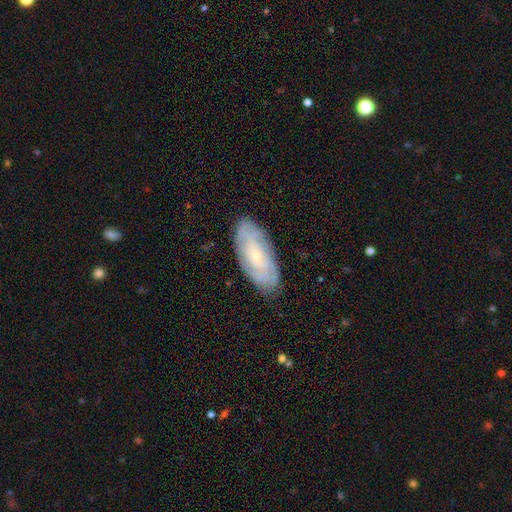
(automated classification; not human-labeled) A featured or disk galaxy (64%) with no bar (72%), spiral arms (87%) and a small central bulge (74%).

Vote fractions:
- Smooth or featured? featured or disk: 64% / smooth: 28% / star or artifact: 8%
- Edge-on disk? no: 90% / yes: 10%
- Bar? no: 72% / weak: 23% / strong: 5%
- Spiral arms? yes: 87% / no: 13%
- Bulge size? small: 74% / moderate: 20% / none: 3% / large: 1% / dominant: 1%
- Merging? none: 83% / minor disturbance: 13% / major disturbance: 3% / merger: 1%